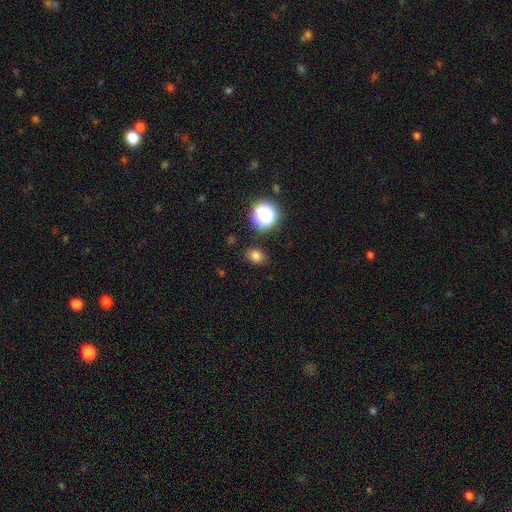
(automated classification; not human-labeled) Smooth or featured? Predicted: smooth (p=0.76). How rounded? Predicted: in between (p=0.61). Merging? Predicted: none (p=0.86).